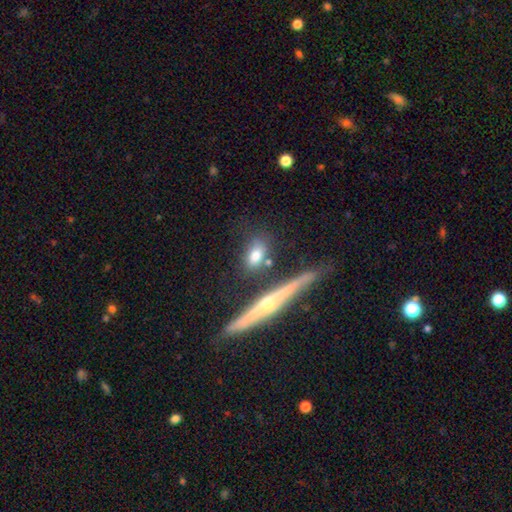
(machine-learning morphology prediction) This is likely a smooth galaxy (71%). How rounded: likely in between (70%). Merging: likely none (72%).